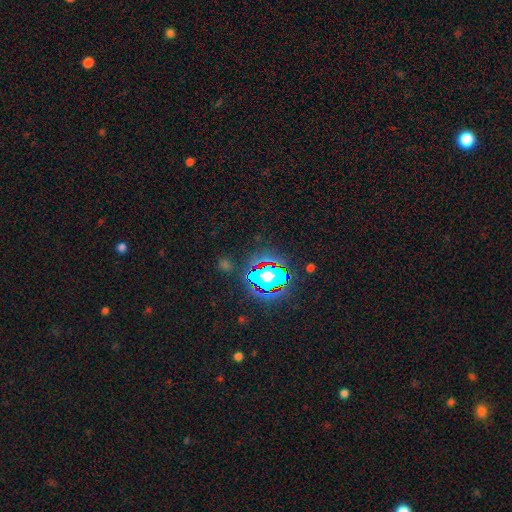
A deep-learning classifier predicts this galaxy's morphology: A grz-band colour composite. It shows a star or artifact, not a galaxy (79%).